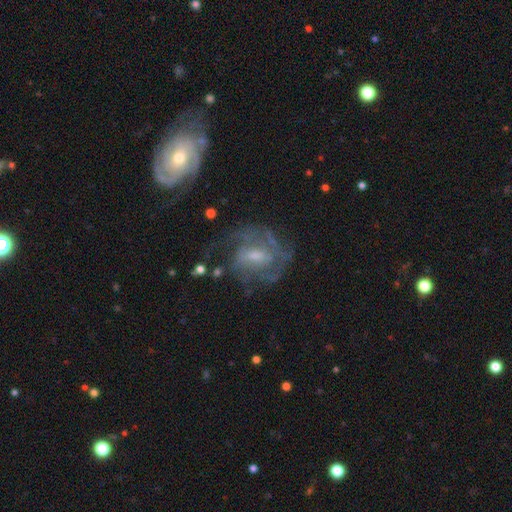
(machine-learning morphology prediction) This is likely a featured or disk galaxy (80%). It is clearly not viewed edge-on (97%). Bar: possibly weak (54%). Spiral arm pattern: clearly yes (88%). Spiral arm count: marginally can't tell (37%). Spiral winding: marginally tight (43%). Central bulge: marginally small (43%). Merging: possibly none (57%).